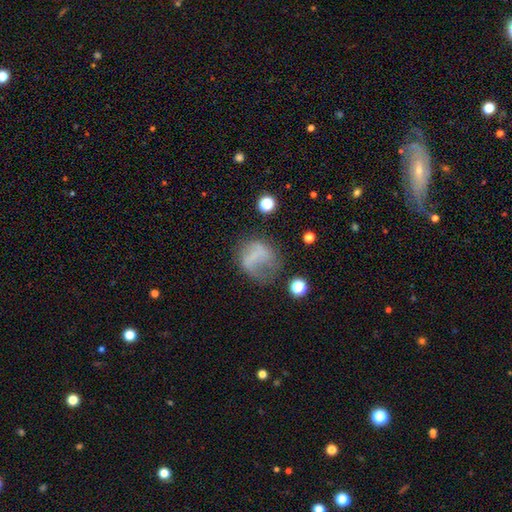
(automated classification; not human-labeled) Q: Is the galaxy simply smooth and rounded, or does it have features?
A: smooth — 52%.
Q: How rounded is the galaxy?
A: round — 67%.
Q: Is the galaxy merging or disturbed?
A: none — 41%.